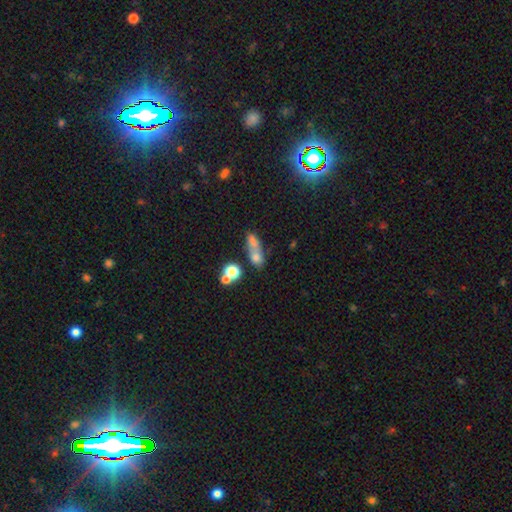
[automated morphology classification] type=smooth (63%); roundness=in between (48%); merging=merger (42%).